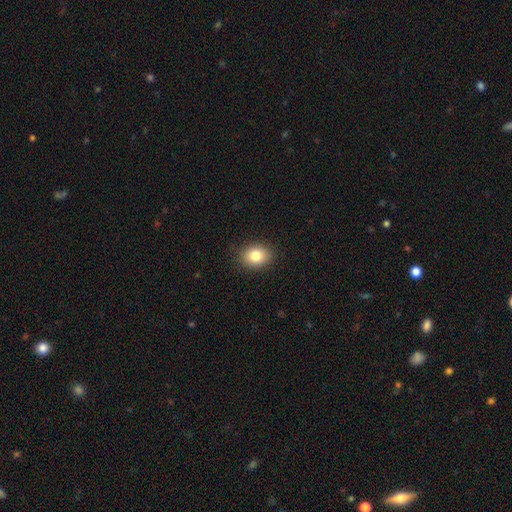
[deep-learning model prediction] smooth-or-featured: smooth: 82% | star or artifact: 10% | featured or disk: 8%
  how-rounded: in between: 53% | round: 46% | cigar-shaped: 1%
  merging: none: 88% | minor disturbance: 9% | major disturbance: 2% | merger: 1%